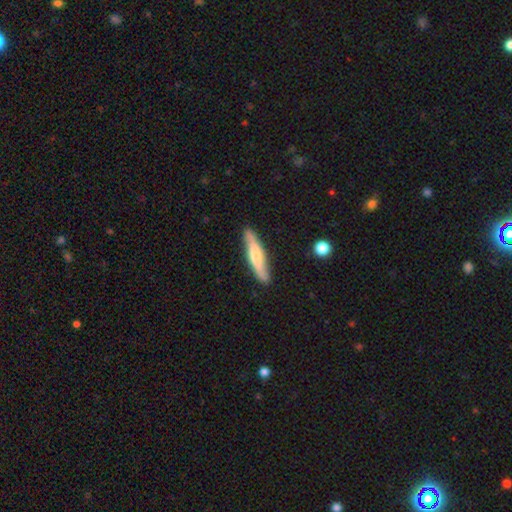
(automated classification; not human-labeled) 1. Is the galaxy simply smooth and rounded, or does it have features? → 51% smooth, 44% featured or disk, 5% star or artifact.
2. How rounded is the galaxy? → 86% cigar-shaped, 12% in between, 2% round.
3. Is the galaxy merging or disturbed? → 85% none, 11% minor disturbance, 2% major disturbance, 2% merger.